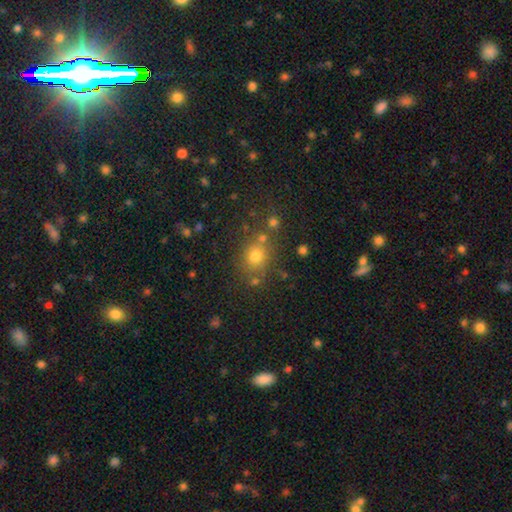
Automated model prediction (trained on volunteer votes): Smooth or featured? smooth (70%)
How rounded? round (73%)
Merging? none (70%)